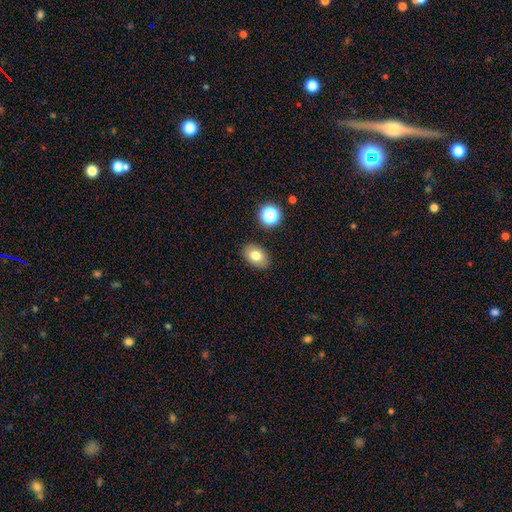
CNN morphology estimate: The model was most divided on "how rounded": in between: 83%, round: 16%, cigar-shaped: 1%. More confident: merging — none (86%); smooth or featured — smooth (79%).